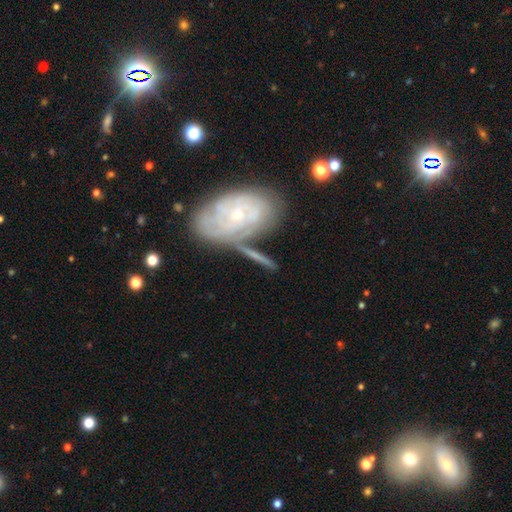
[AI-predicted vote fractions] Smooth or featured? Predicted: featured or disk (p=0.64). Edge-on disk? Predicted: no (p=0.76). Merging? Predicted: none (p=0.52).